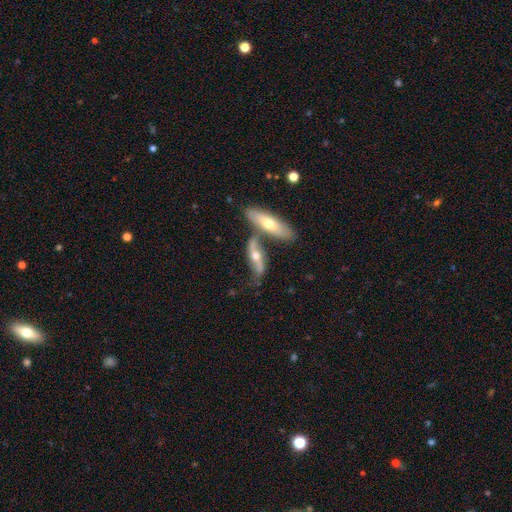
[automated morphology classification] The model was most divided on "merging": merger: 45%, none: 37%, minor disturbance: 12%, major disturbance: 5%. More confident: smooth or featured — featured or disk (63%); edge-on disk — no (58%).